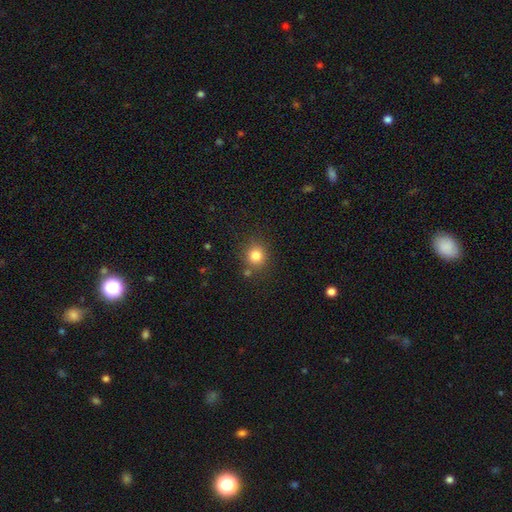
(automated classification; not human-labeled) Smooth or featured: smooth — 82% (star or artifact — 12%)
How rounded: round — 89% (in between — 11%)
Merging: none — 80% (minor disturbance — 10%)